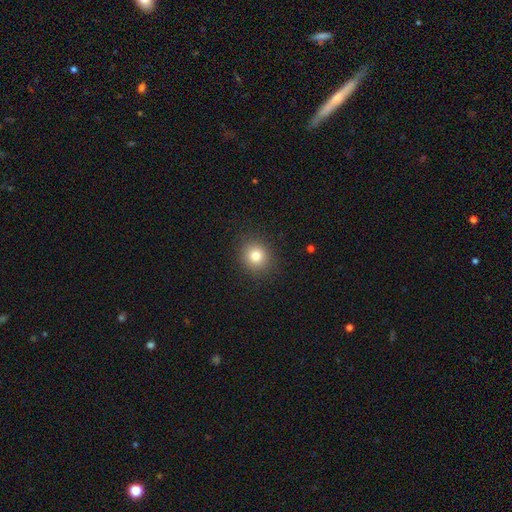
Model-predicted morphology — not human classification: Smooth or featured? smooth (79%)
How rounded? round (85%)
Merging? none (89%)